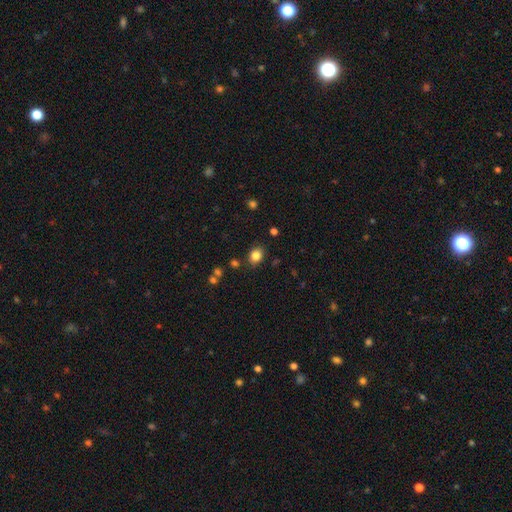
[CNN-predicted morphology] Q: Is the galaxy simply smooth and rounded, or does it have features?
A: smooth — 84%.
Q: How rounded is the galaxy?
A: round — 50%.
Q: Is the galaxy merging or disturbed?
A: none — 83%.